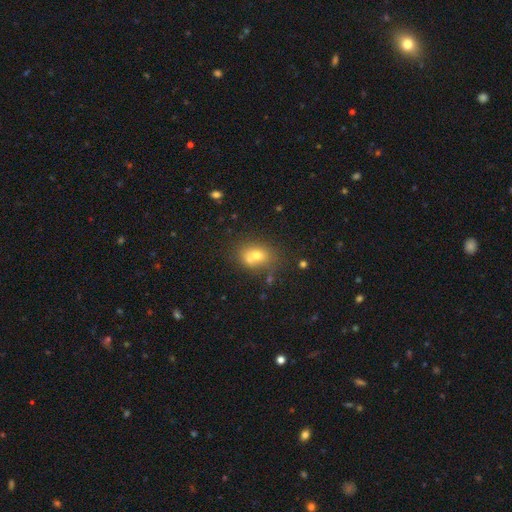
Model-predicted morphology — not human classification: Smooth or featured?
  - smooth: 66% *
  - featured or disk: 20%
  - star or artifact: 14%
How rounded?
  - round: 49% * (tied)
  - in between: 49% * (tied)
  - cigar-shaped: 1%
Merging?
  - none: 46% *
  - merger: 36%
  - minor disturbance: 13%
  - major disturbance: 5%